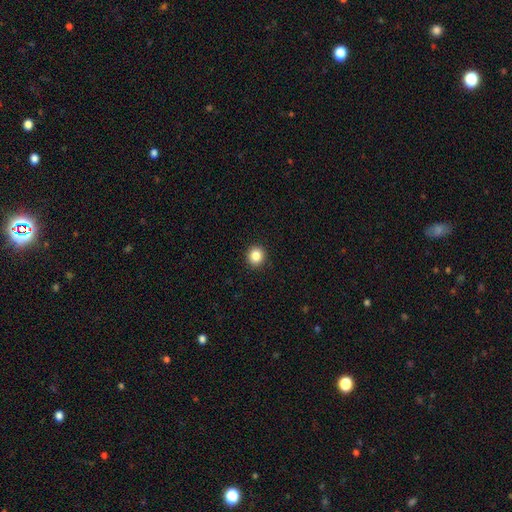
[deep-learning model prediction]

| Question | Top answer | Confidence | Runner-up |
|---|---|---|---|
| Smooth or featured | smooth | 86% | star or artifact (10%) |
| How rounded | round | 90% | in between (9%) |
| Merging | none | 93% | minor disturbance (4%) |